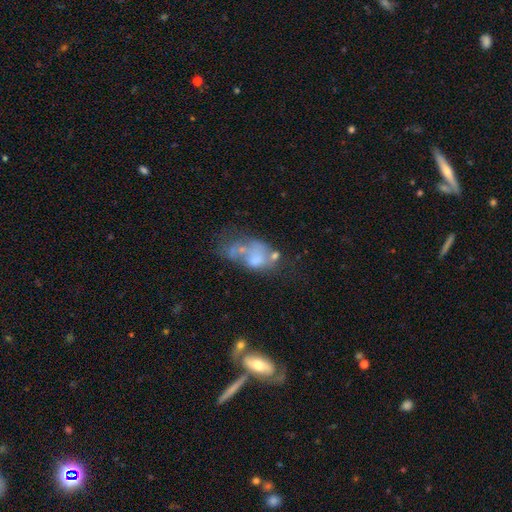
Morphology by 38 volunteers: This is possibly a featured or disk galaxy (53%). It is clearly not viewed edge-on (100%). Bar: clearly no (95%). Spiral arm pattern: clearly no (90%). Central bulge: marginally moderate (35%, tied with none). Merging: marginally major disturbance (44%).